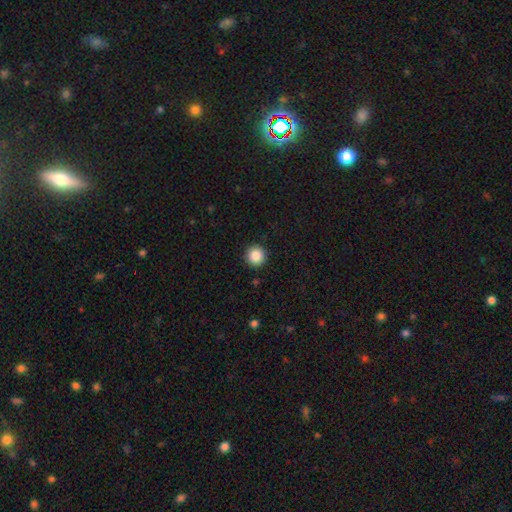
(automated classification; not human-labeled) A smooth galaxy with no disk features (87%) that is round (95%). Merging: none (93%).